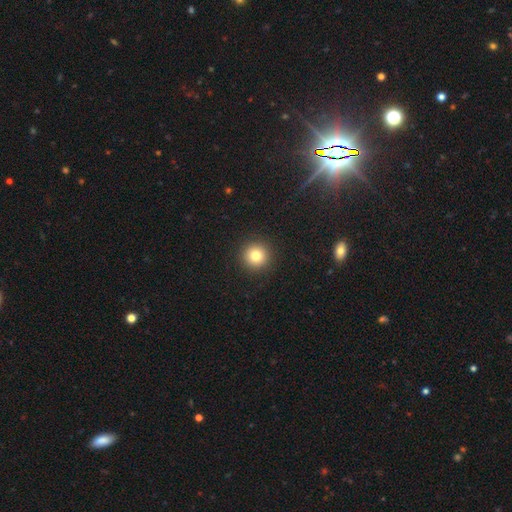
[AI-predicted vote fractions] smooth_or_featured: smooth (p=0.80) [alt: star or artifact p=0.12]
how_rounded: round (p=0.96) [alt: in between p=0.04]
merging: none (p=0.93) [alt: minor disturbance p=0.04]